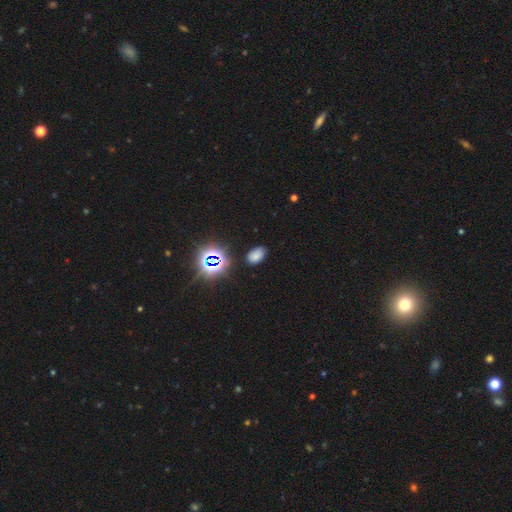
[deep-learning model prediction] Overall: smooth (64%; star or artifact 27%). How rounded: in between (89%). Merging: none (80%).